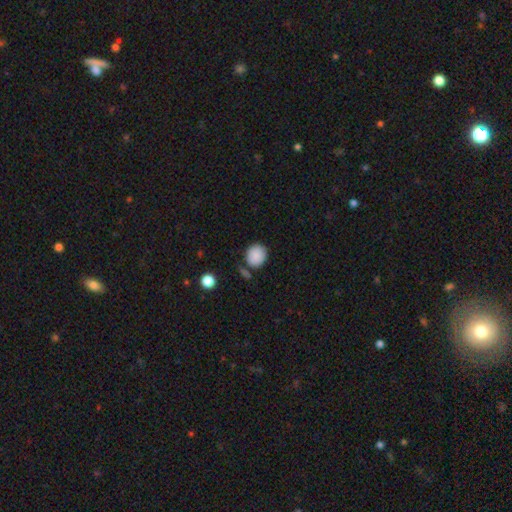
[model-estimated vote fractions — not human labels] Morphology: type=smooth (88%); roundness=round (77%); merging=none (75%).